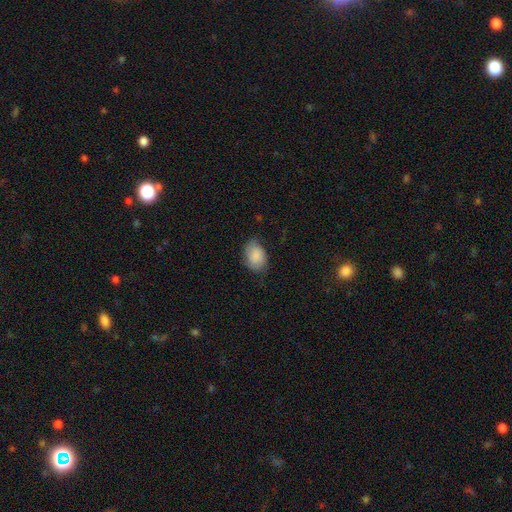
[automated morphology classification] Smooth or featured? smooth (77%)
How rounded? in between (80%)
Merging? none (66%)